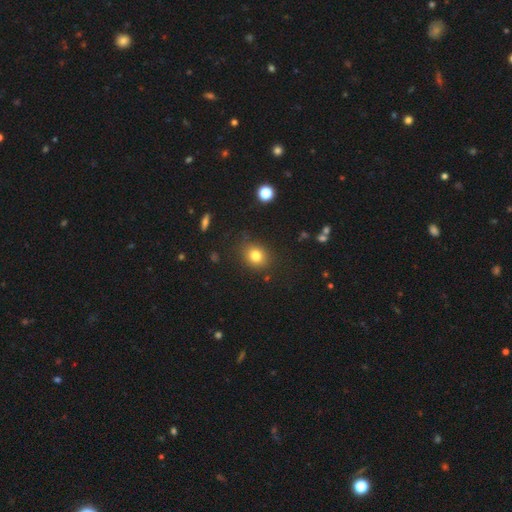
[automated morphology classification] A smooth galaxy with no disk features (80%) that is round (67%). Merging: none (84%).